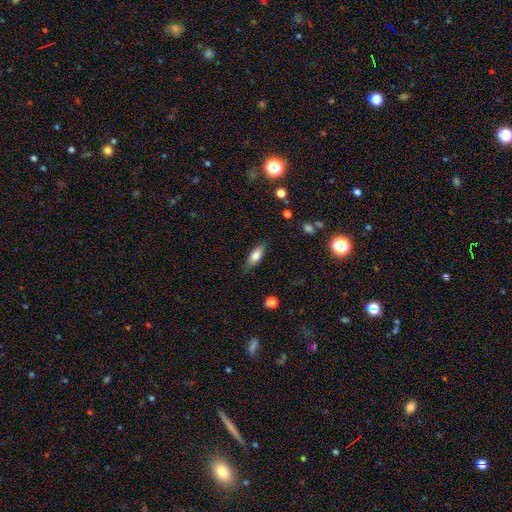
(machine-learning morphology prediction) type=smooth (76%); roundness=in between (76%); merging=none (80%).